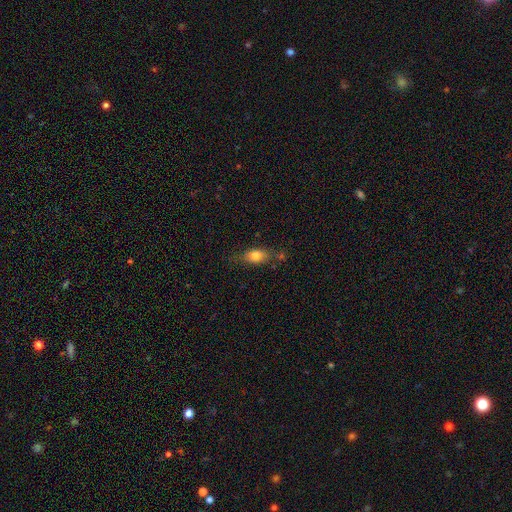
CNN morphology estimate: Q: Smooth or featured?
A: smooth (74%); runner-up: featured or disk (17%)
Q: How rounded?
A: in between (75%); runner-up: round (13%)
Q: Merging?
A: none (65%); runner-up: minor disturbance (22%)